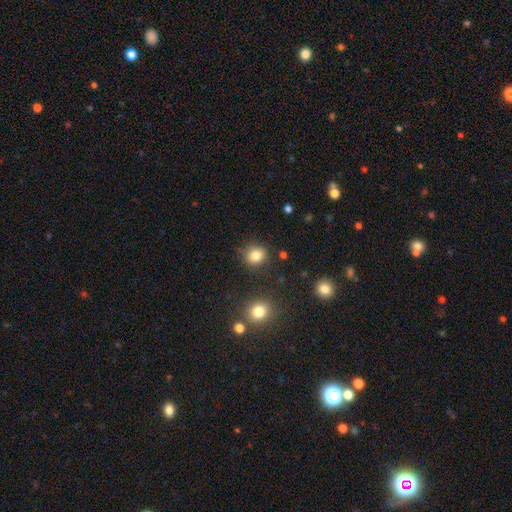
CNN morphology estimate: The model was most divided on "how rounded": round: 82%, in between: 17%, cigar-shaped: 1%. More confident: smooth or featured — smooth (83%); merging — none (82%).